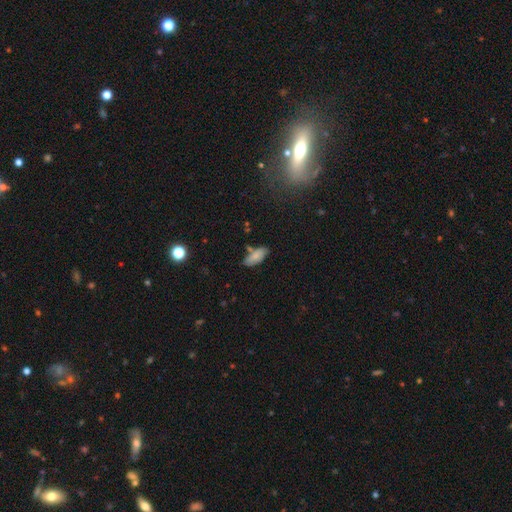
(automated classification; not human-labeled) The model was most divided on "merging": none: 67%, minor disturbance: 20%, merger: 9%, major disturbance: 4%. More confident: how rounded — in between (84%); smooth or featured — smooth (80%).